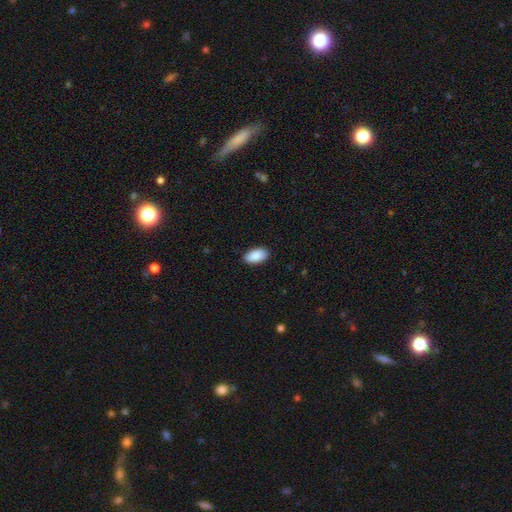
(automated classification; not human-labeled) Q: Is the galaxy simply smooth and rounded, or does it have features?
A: smooth — 90%.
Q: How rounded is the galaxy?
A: in between — 95%.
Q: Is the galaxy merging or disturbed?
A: none — 89%.